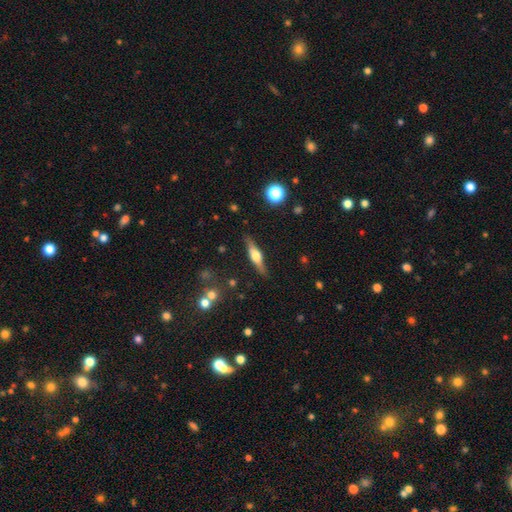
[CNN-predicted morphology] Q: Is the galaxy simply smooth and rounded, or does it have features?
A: featured or disk — 64%.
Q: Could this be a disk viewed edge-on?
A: yes — 95%.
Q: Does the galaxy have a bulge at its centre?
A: rounded — 91%.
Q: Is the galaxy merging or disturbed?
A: none — 85%.